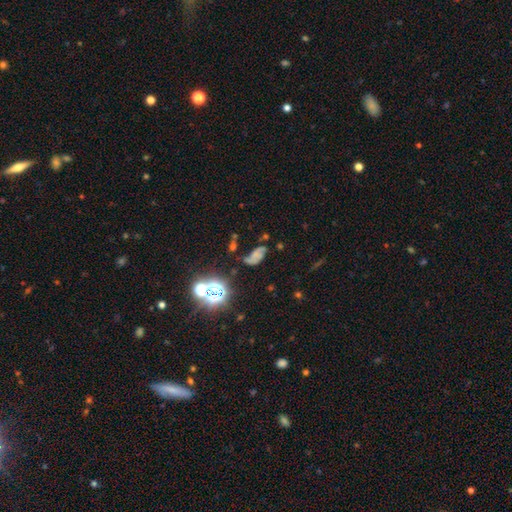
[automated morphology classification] A featured or disk galaxy (40%). Merging: none (37%).